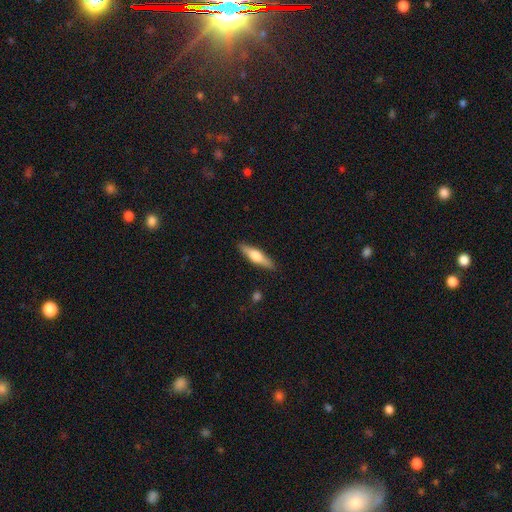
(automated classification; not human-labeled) Smooth or featured? Predicted: featured or disk (p=0.48). Merging? Predicted: none (p=0.89).